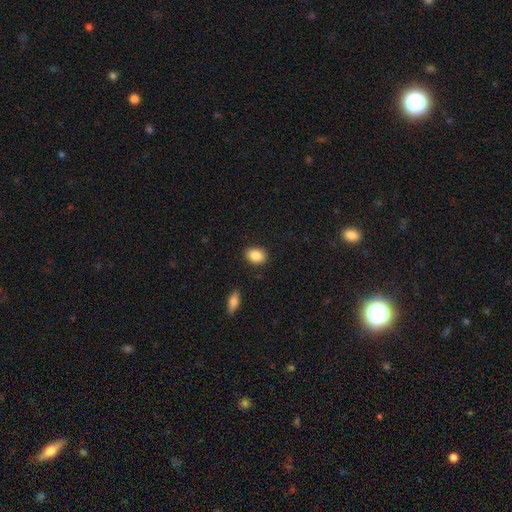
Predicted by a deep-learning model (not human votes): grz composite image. It shows a smooth galaxy with no disk features (87%) that is in between round and cigar-shaped (73%). Merging: none (88%).